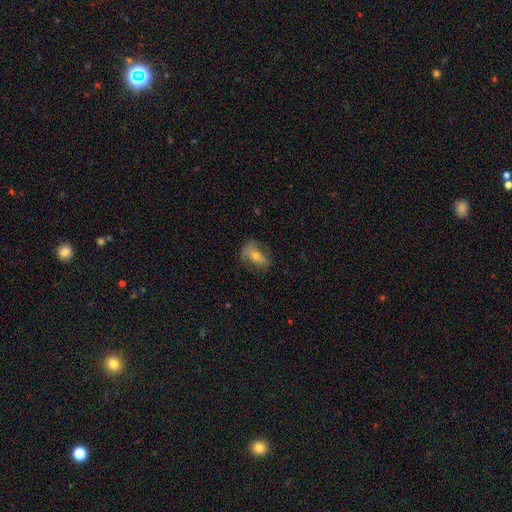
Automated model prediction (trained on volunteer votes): Overall: featured or disk (47%; smooth 42%). Merging: none (68%).